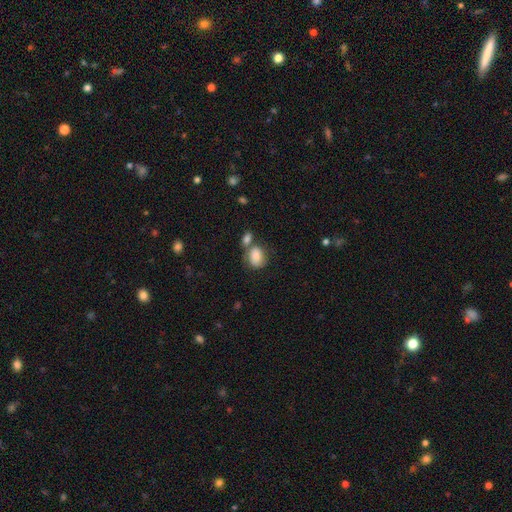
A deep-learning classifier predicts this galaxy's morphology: A smooth galaxy with no disk features (80%) that is in between round and cigar-shaped (63%).

Vote fractions:
- Smooth or featured? smooth: 80% / featured or disk: 12% / star or artifact: 8%
- How rounded? in between: 63% / round: 35% / cigar-shaped: 1%
- Merging? none: 42% / merger: 38% / minor disturbance: 15% / major disturbance: 6%